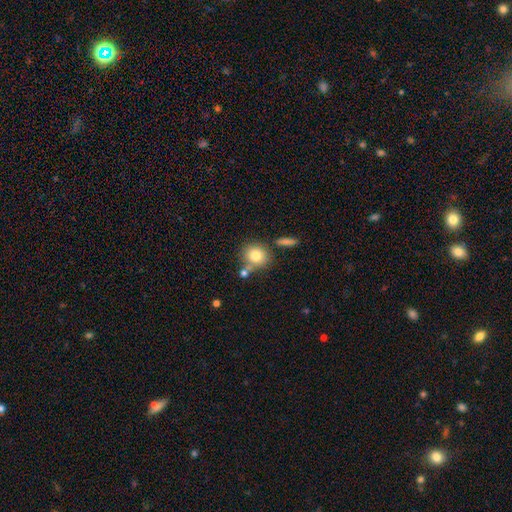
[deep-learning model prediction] Q: Smooth or featured?
A: smooth (79%); runner-up: featured or disk (11%)
Q: How rounded?
A: round (75%); runner-up: in between (23%)
Q: Merging?
A: none (66%); runner-up: merger (18%)